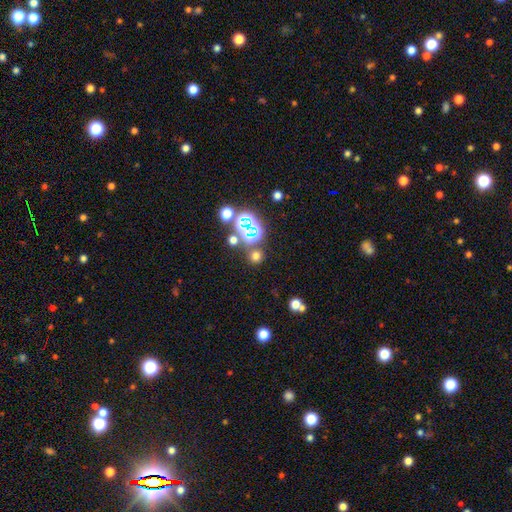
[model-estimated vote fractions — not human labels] Smooth or featured?
  - smooth: 61% *
  - star or artifact: 33%
  - featured or disk: 6%
How rounded?
  - round: 89% *
  - in between: 9%
  - cigar-shaped: 1%
Merging?
  - none: 79% *
  - merger: 10%
  - minor disturbance: 8%
  - major disturbance: 4%